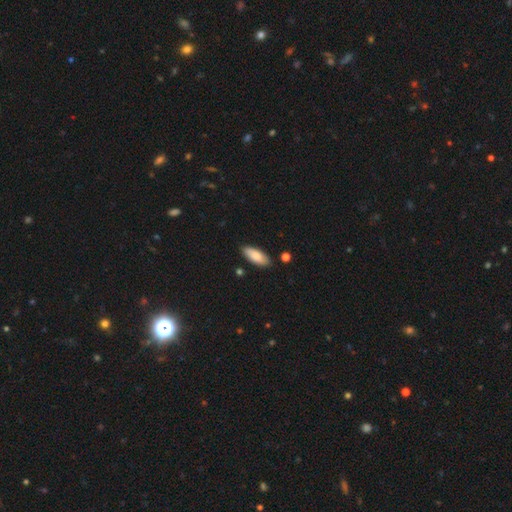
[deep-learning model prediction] Smooth or featured?
  - smooth: 83% *
  - featured or disk: 11%
  - star or artifact: 6%
How rounded?
  - in between: 78% *
  - cigar-shaped: 21%
  - round: 2%
Merging?
  - none: 85% *
  - minor disturbance: 11%
  - merger: 2%
  - major disturbance: 2%